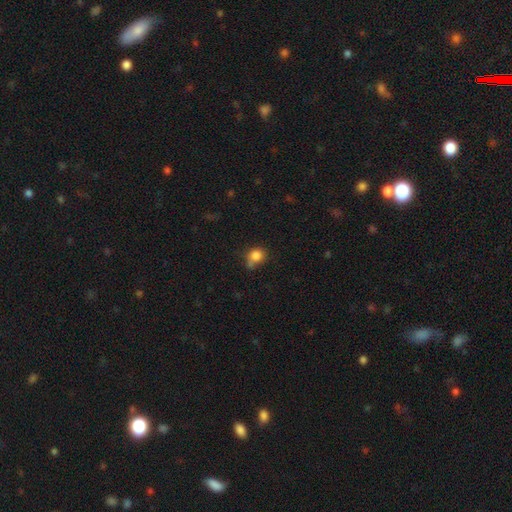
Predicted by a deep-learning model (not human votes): Q: Smooth or featured?
A: smooth (83%); runner-up: star or artifact (11%)
Q: How rounded?
A: round (78%); runner-up: in between (21%)
Q: Merging?
A: none (54%); runner-up: minor disturbance (25%)